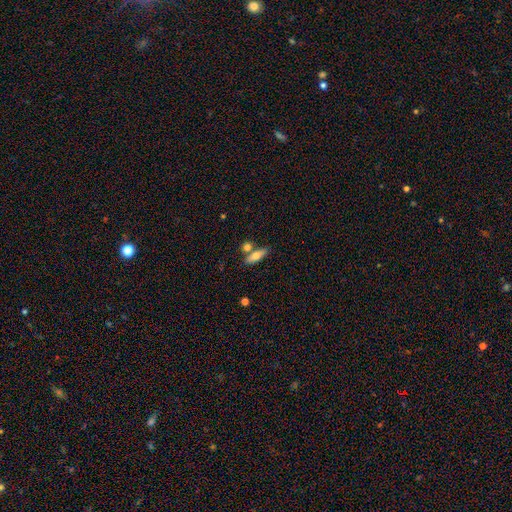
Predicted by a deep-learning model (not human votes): Smooth or featured: smooth — 69% (featured or disk — 25%)
How rounded: in between — 50% (cigar-shaped — 46%)
Merging: none — 64% (merger — 21%)